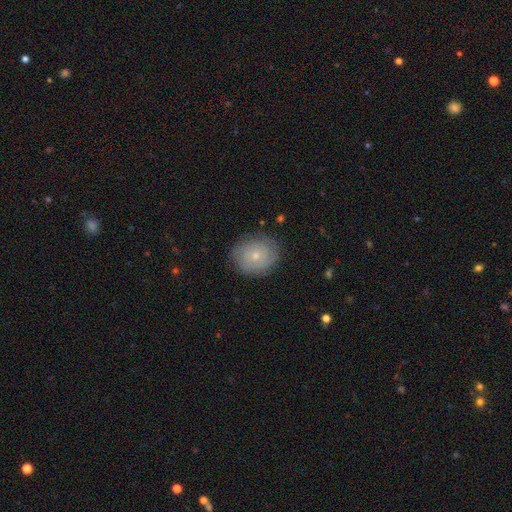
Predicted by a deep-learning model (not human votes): Smooth or featured: smooth — 57% (featured or disk — 35%)
How rounded: round — 67% (in between — 32%)
Merging: none — 79% (minor disturbance — 15%)